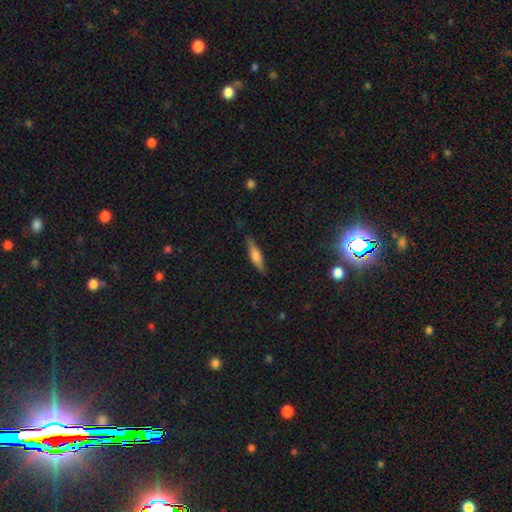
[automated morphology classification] type=smooth (58%); roundness=cigar-shaped (72%); merging=none (82%).